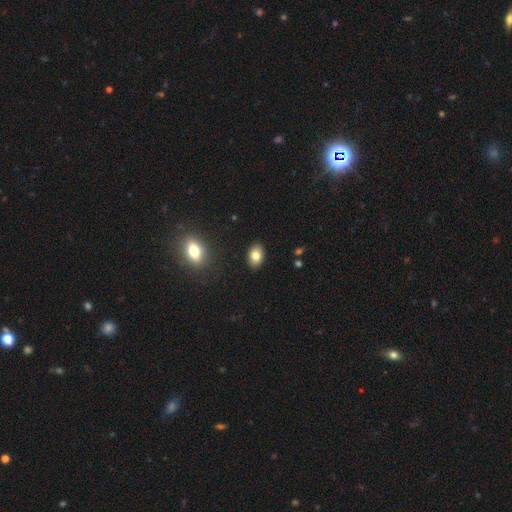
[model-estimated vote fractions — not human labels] Morphology: type=smooth (81%); roundness=in between (85%); merging=none (89%).